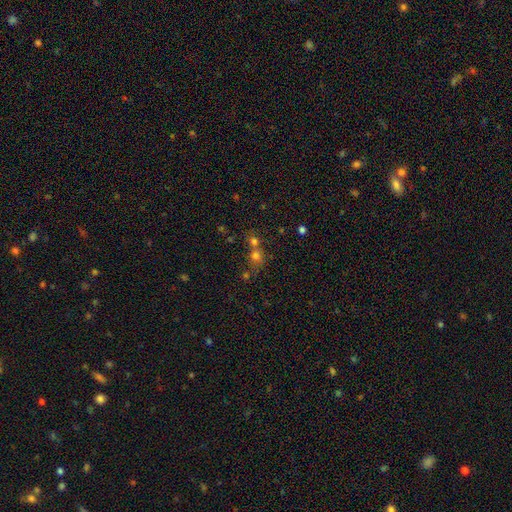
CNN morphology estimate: Overall: smooth (67%). How rounded: round (79%). Merging: merger (51%; none 38%).